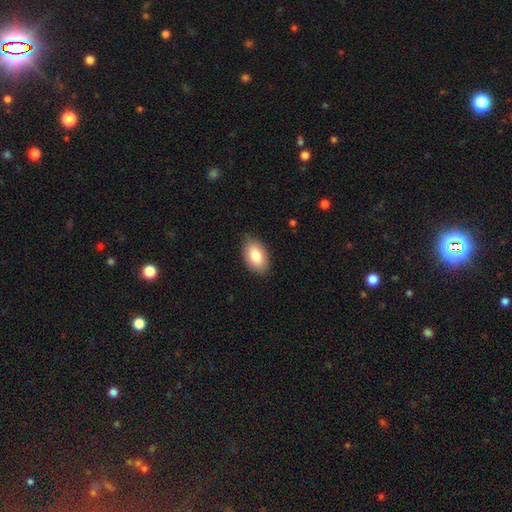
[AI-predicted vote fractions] A smooth galaxy with no disk features (81%) that is in between round and cigar-shaped (93%). Merging: none (84%).